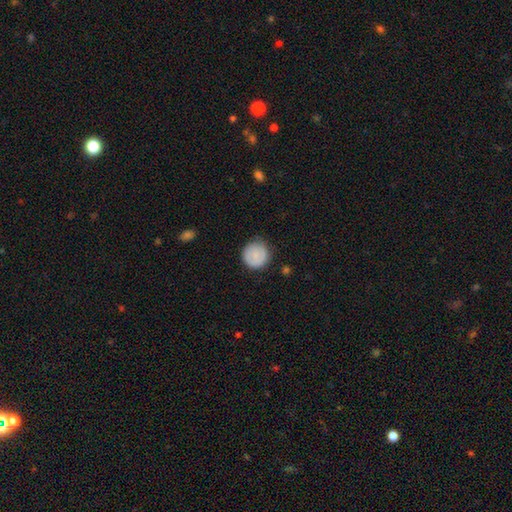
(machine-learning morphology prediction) type=smooth (77%); roundness=round (93%); merging=none (79%).